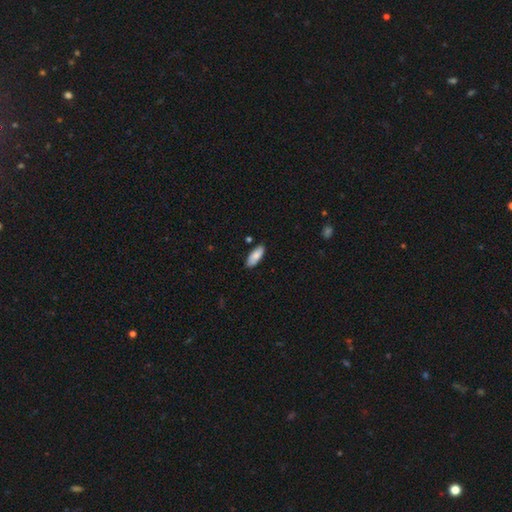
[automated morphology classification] Smooth or featured? smooth (81%)
How rounded? in between (81%)
Merging? none (84%)